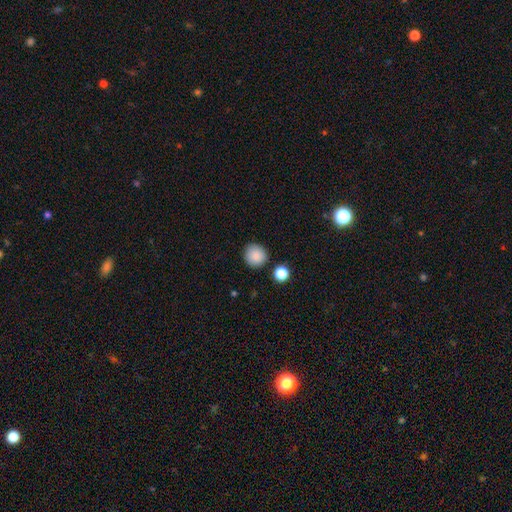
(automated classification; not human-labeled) Smooth or featured? smooth (87%)
How rounded? round (91%)
Merging? none (87%)